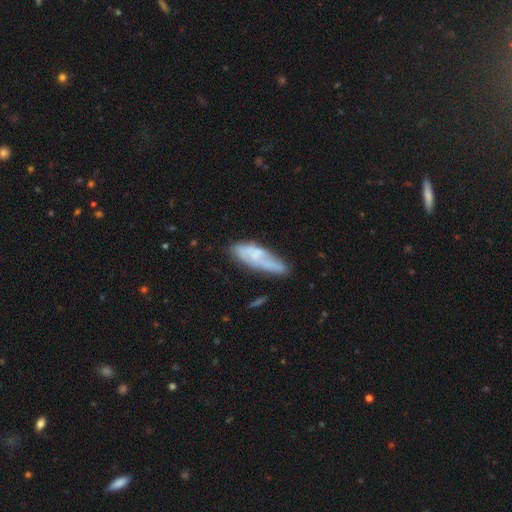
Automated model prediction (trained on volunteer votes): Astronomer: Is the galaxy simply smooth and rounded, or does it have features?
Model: featured or disk — 47% (runner-up: smooth, 45%).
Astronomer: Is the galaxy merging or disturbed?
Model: none — 52% (runner-up: minor disturbance, 30%).